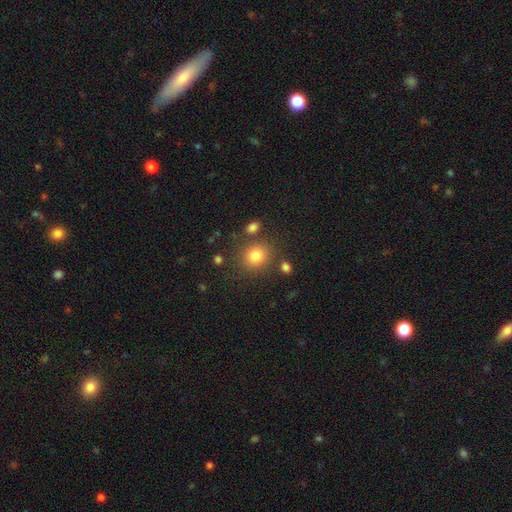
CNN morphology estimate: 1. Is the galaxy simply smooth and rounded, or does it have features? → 81% smooth, 12% star or artifact, 7% featured or disk.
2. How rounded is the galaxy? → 80% round, 19% in between, 1% cigar-shaped.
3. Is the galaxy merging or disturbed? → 78% none, 10% minor disturbance, 7% merger, 4% major disturbance.